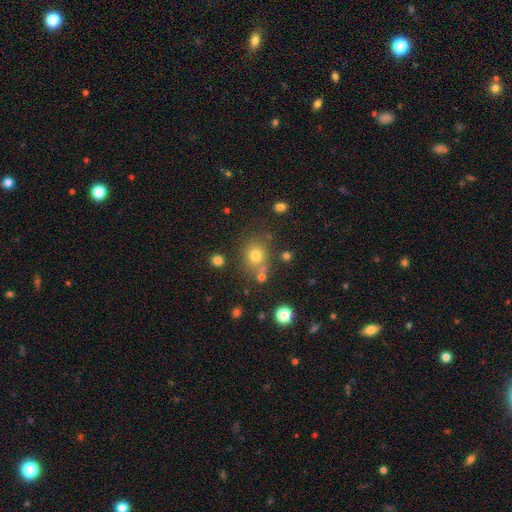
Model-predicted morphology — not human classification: type=smooth (74%); roundness=round (76%); merging=none (72%).